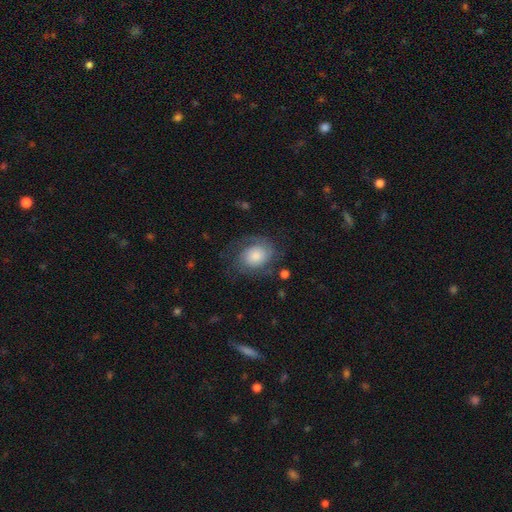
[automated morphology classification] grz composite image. It shows a featured or disk galaxy (56%) with no bar (79%), spiral arms (88%) and a large central bulge (36%). Merging: none (64%).